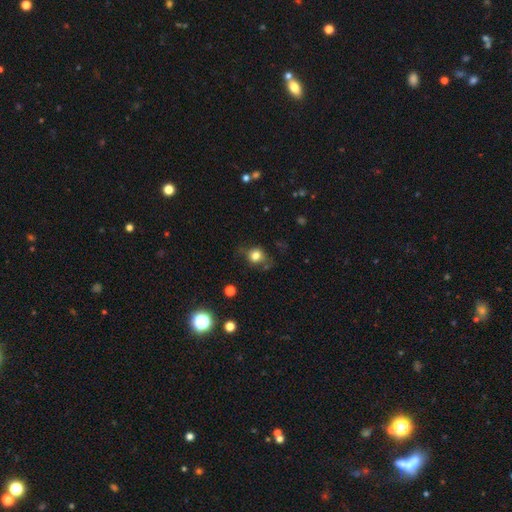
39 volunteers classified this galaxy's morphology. type=smooth (74%); roundness=round (59%); merging=none (65%).